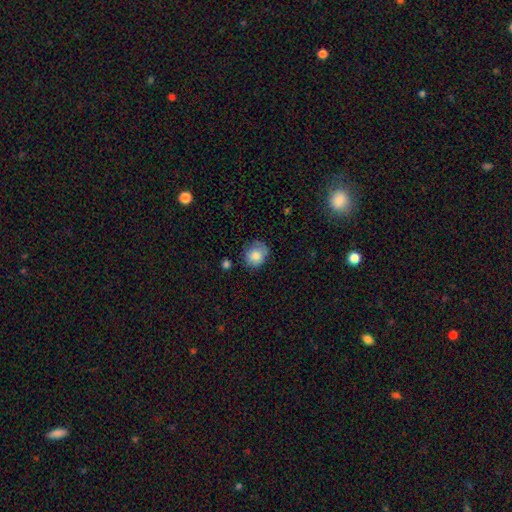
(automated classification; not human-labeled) Smooth or featured: smooth — 83% (featured or disk — 9%)
How rounded: round — 74% (in between — 25%)
Merging: none — 66% (minor disturbance — 25%)